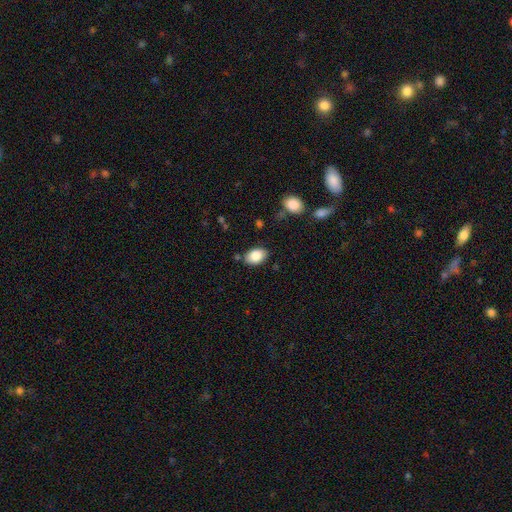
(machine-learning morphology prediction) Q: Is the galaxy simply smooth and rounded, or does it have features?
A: smooth — 86%.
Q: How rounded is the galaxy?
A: in between — 85%.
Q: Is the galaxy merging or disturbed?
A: none — 81%.